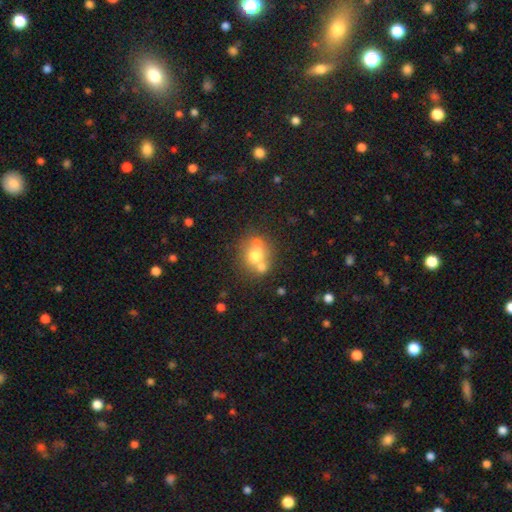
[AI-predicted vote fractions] smooth_or_featured: smooth (p=0.65) [alt: featured or disk p=0.23]
how_rounded: round (p=0.73) [alt: in between p=0.26]
merging: none (p=0.49) [alt: merger p=0.34]